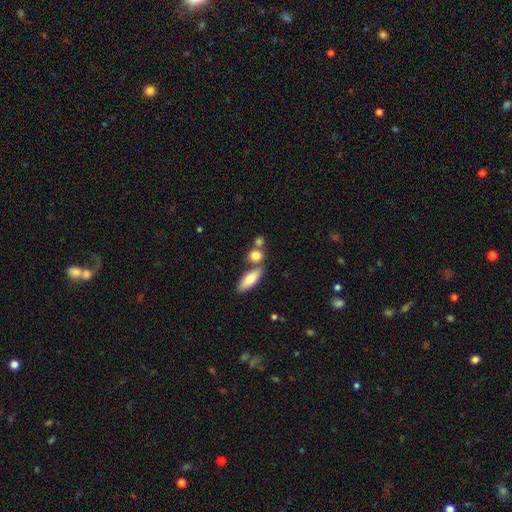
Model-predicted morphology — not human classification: This appears to be a smooth galaxy with no disk features (80%) that is round (52%). Merging: none (55%).